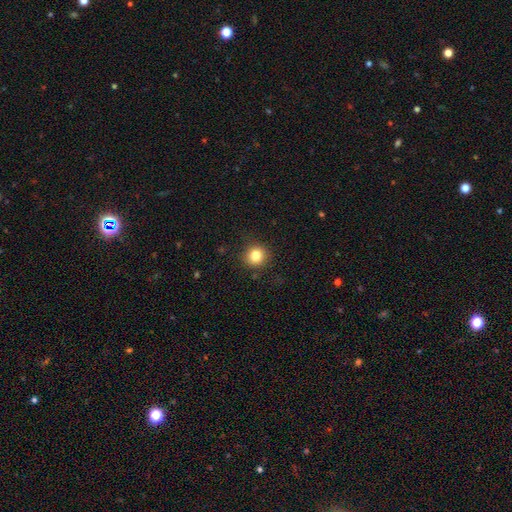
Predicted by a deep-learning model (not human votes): Smooth or featured? smooth (83%)
How rounded? round (90%)
Merging? none (89%)